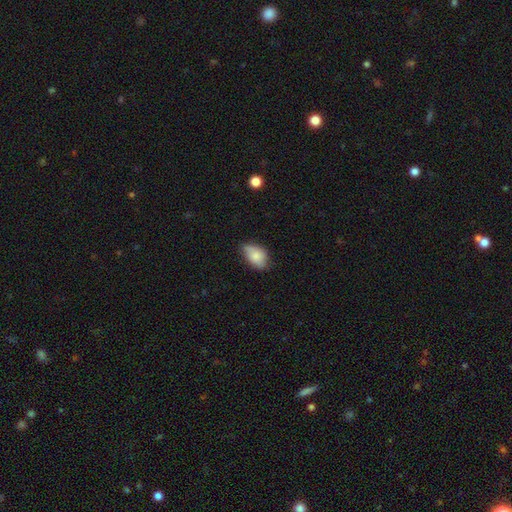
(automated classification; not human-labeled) smooth-or-featured: smooth: 80% | featured or disk: 12% | star or artifact: 7%
  how-rounded: in between: 89% | round: 10% | cigar-shaped: 2%
  merging: none: 58% | minor disturbance: 35% | major disturbance: 6% | merger: 2%